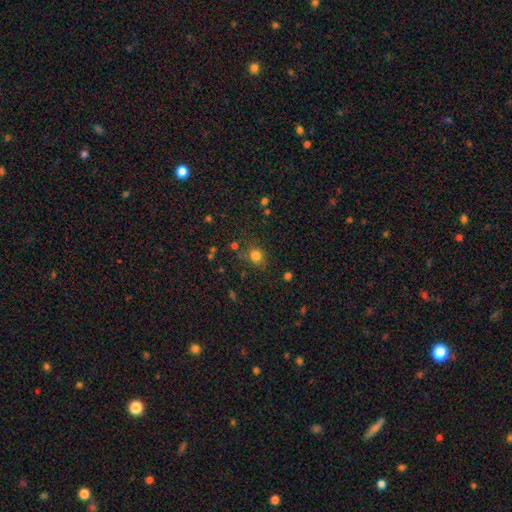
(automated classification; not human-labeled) Smooth or featured?
  - smooth: 79% *
  - star or artifact: 15%
  - featured or disk: 6%
How rounded?
  - round: 80% *
  - in between: 19%
  - cigar-shaped: 1%
Merging?
  - none: 73% *
  - minor disturbance: 16%
  - major disturbance: 6%
  - merger: 5%